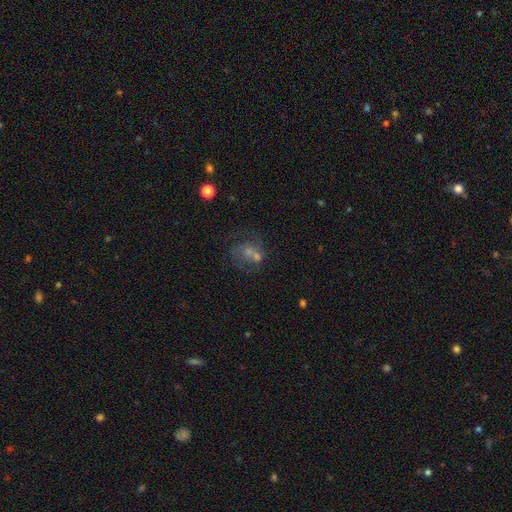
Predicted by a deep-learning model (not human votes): Smooth or featured?
  - featured or disk: 48% *
  - smooth: 31%
  - star or artifact: 21%
Merging?
  - none: 40% *
  - merger: 25%
  - major disturbance: 19%
  - minor disturbance: 16%